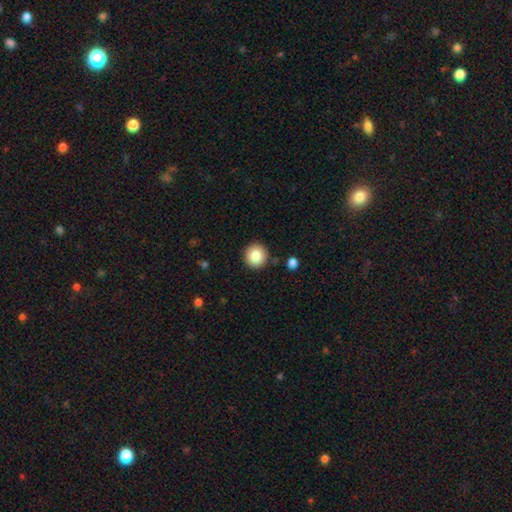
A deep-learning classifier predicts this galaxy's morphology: smooth 84%, star or artifact 9%, featured or disk 7%. Down the decision tree: how rounded — round (95%); merging — none (90%).